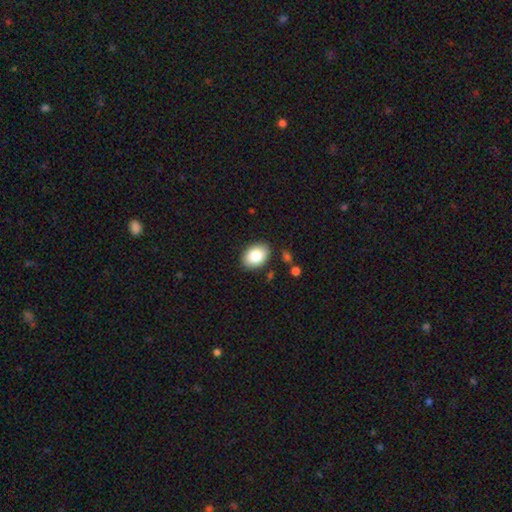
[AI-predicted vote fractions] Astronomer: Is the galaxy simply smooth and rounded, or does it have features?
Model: smooth — 85%.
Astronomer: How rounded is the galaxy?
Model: in between — 81%.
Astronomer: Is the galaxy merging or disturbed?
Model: none — 86%.